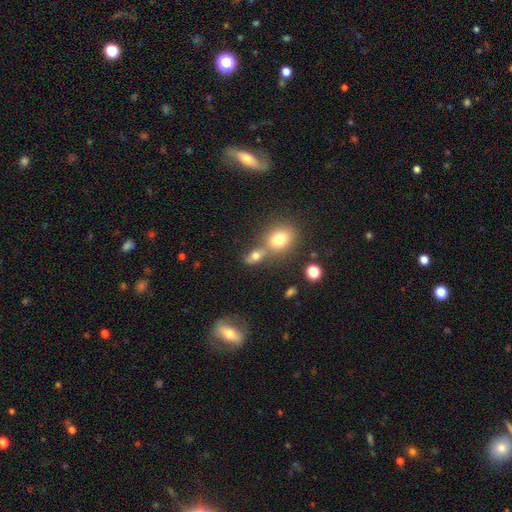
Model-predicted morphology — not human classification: Smooth or featured? smooth (72%)
How rounded? in between (62%)
Merging? none (48%)